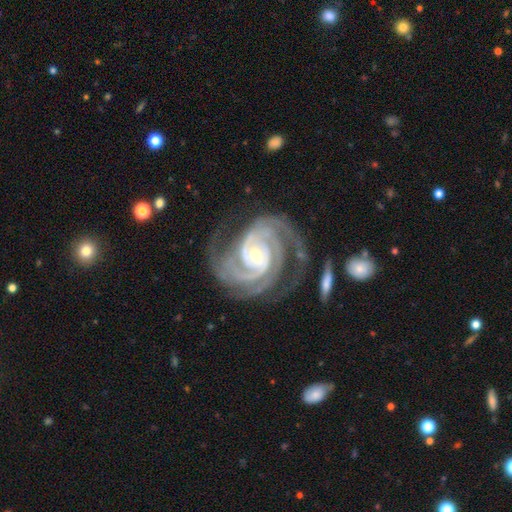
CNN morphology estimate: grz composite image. It shows a featured or disk galaxy (94%) with no bar (50%), 2 (37%) tight (69%) spiral arms (99%) and a small central bulge (52%). Merging: none (66%).